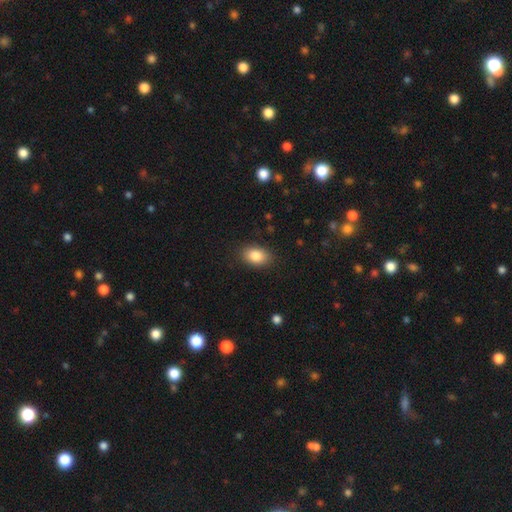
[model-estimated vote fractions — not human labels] Smooth or featured: smooth — 86% (star or artifact — 8%)
How rounded: in between — 85% (round — 14%)
Merging: none — 87% (minor disturbance — 10%)